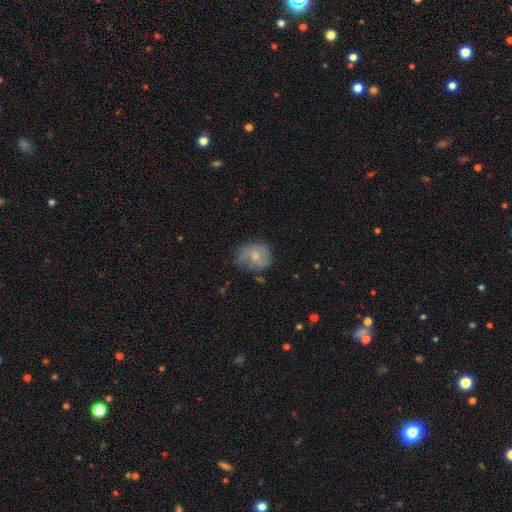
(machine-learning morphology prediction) type=smooth (61%); roundness=round (66%); merging=none (48%).